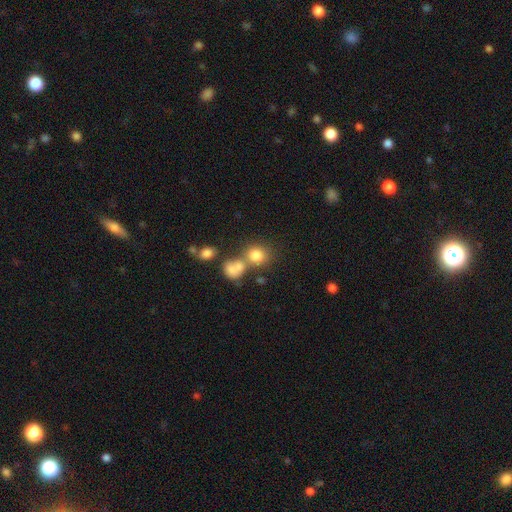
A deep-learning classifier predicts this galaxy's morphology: Overall: smooth (79%). How rounded: round (75%). Merging: none (49%; merger 35%).